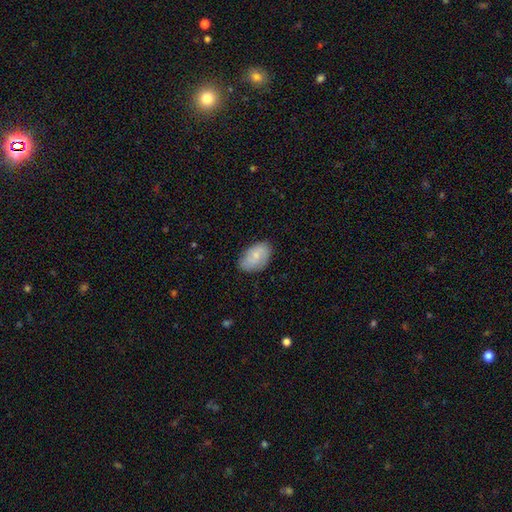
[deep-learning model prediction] smooth_or_featured: smooth (p=0.69) [alt: featured or disk p=0.24]
how_rounded: in between (p=0.91) [alt: round p=0.08]
merging: none (p=0.76) [alt: minor disturbance p=0.19]